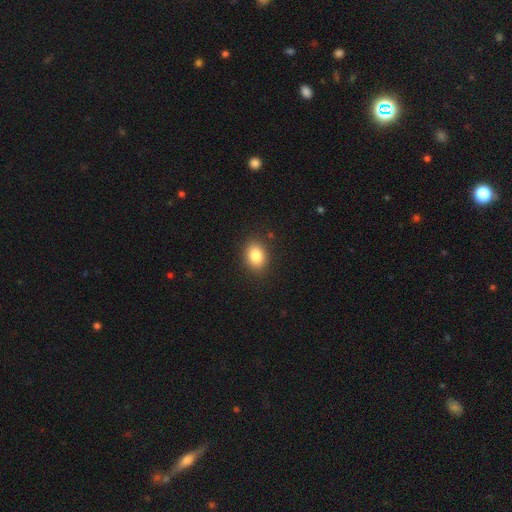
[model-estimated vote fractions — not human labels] smooth_or_featured: smooth (p=0.84) [alt: star or artifact p=0.09]
how_rounded: in between (p=0.66) [alt: round p=0.33]
merging: none (p=0.88) [alt: minor disturbance p=0.08]